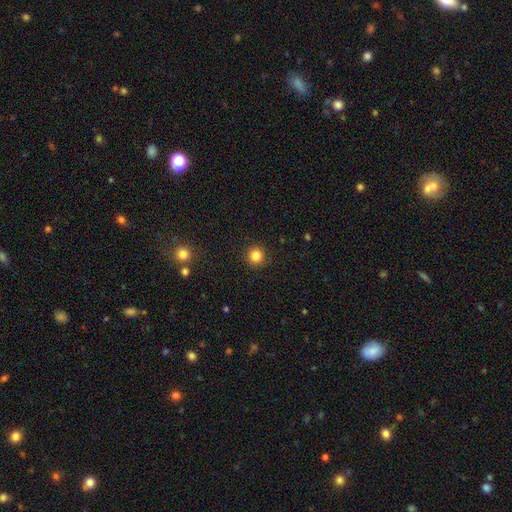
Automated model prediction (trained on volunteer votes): Overall: smooth (84%). How rounded: round (94%). Merging: none (92%).